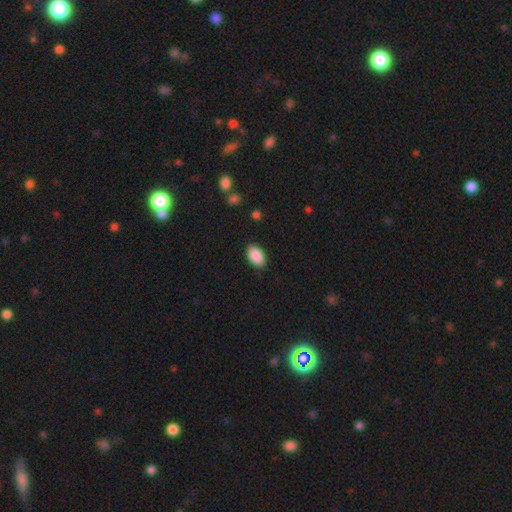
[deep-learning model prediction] Smooth or featured: smooth — 90% (star or artifact — 7%)
How rounded: in between — 93% (round — 6%)
Merging: none — 88% (minor disturbance — 9%)